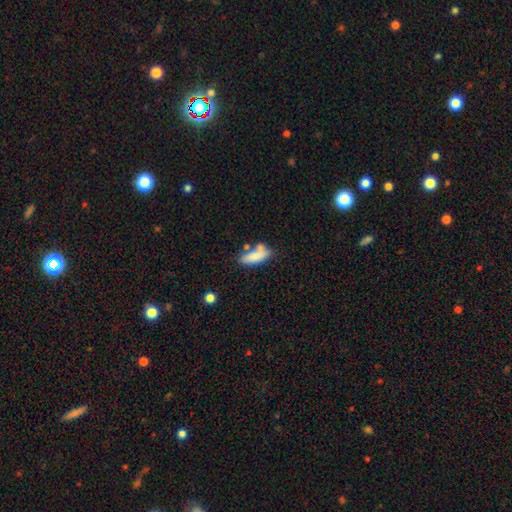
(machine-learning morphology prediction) Smooth or featured?
  - smooth: 78% *
  - featured or disk: 14%
  - star or artifact: 8%
How rounded?
  - in between: 64% *
  - cigar-shaped: 34%
  - round: 3%
Merging?
  - none: 47% *
  - merger: 23%
  - minor disturbance: 21%
  - major disturbance: 8%